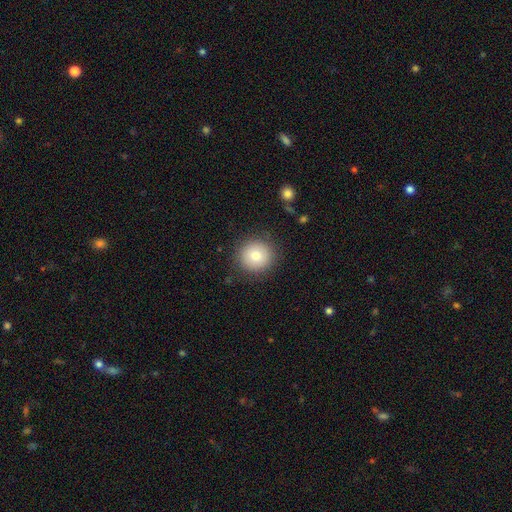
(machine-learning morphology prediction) A smooth galaxy with no disk features (79%) that is round (94%).

Vote fractions:
- Smooth or featured? smooth: 79% / featured or disk: 12% / star or artifact: 10%
- How rounded? round: 94% / in between: 5% / cigar-shaped: 1%
- Merging? none: 88% / minor disturbance: 8% / major disturbance: 3% / merger: 1%